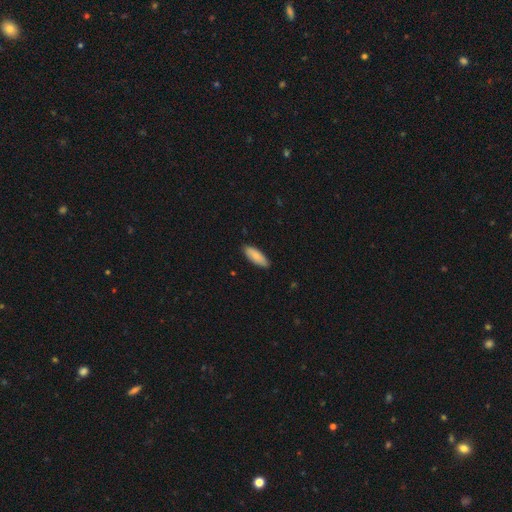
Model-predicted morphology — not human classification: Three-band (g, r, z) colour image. It shows a smooth galaxy with no disk features (83%) that is in between round and cigar-shaped (66%). Merging: none (89%).